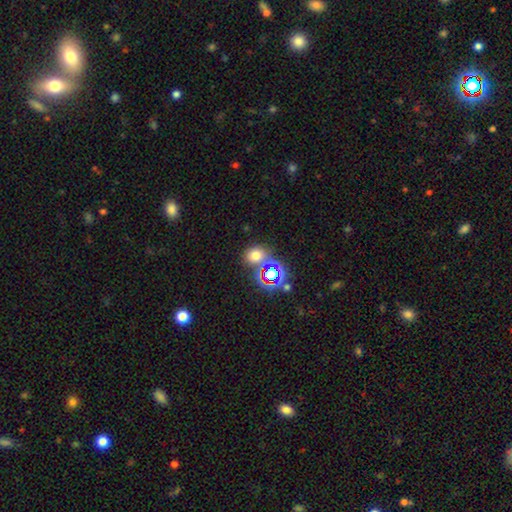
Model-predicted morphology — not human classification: The model was most divided on "how rounded": round: 64%, in between: 35%, cigar-shaped: 1%. More confident: merging — none (66%); smooth or featured — smooth (64%).